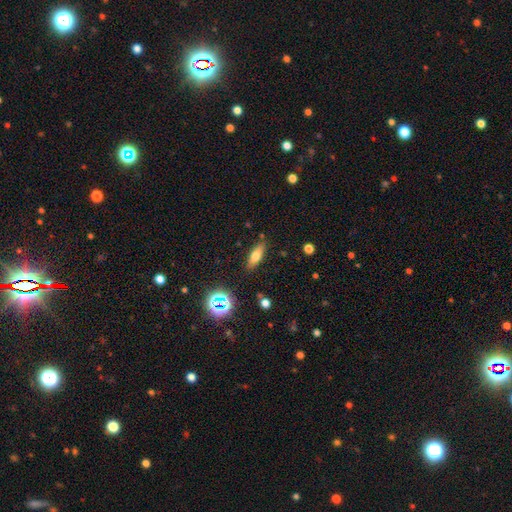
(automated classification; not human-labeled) A smooth galaxy with no disk features (65%) that is in between round and cigar-shaped (60%).

Vote fractions:
- Smooth or featured? smooth: 65% / featured or disk: 22% / star or artifact: 13%
- How rounded? in between: 60% / cigar-shaped: 36% / round: 4%
- Merging? none: 84% / minor disturbance: 11% / major disturbance: 3% / merger: 3%